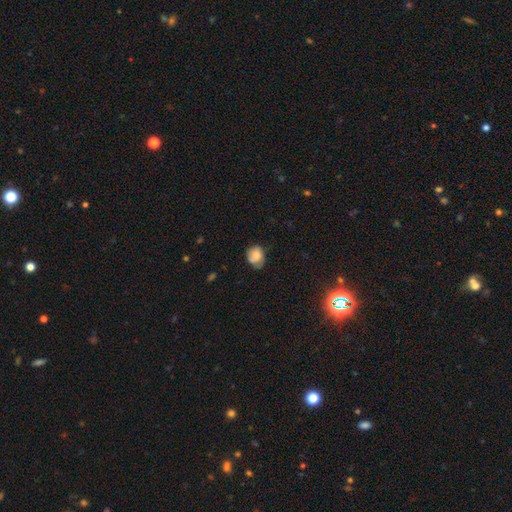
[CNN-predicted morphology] This appears to be a smooth galaxy with no disk features (72%) that is round (56%). Merging: none (55%).